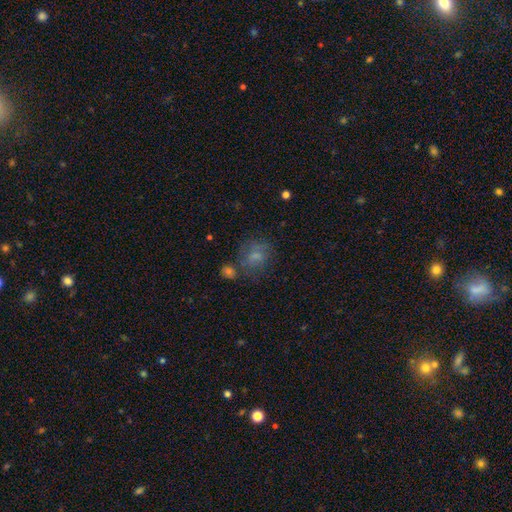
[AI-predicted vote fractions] Smooth or featured? Predicted: smooth (p=0.66). How rounded? Predicted: round (p=0.60). Merging? Predicted: none (p=0.54).